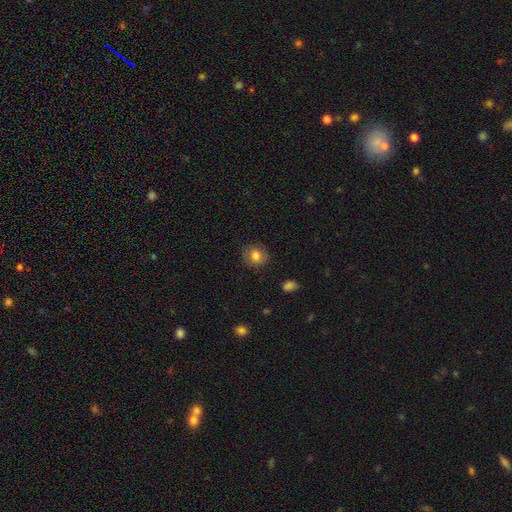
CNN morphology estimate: A smooth galaxy with no disk features (82%) that is round (68%).

Vote fractions:
- Smooth or featured? smooth: 82% / star or artifact: 10% / featured or disk: 8%
- How rounded? round: 68% / in between: 31% / cigar-shaped: 1%
- Merging? none: 83% / minor disturbance: 13% / major disturbance: 3% / merger: 1%